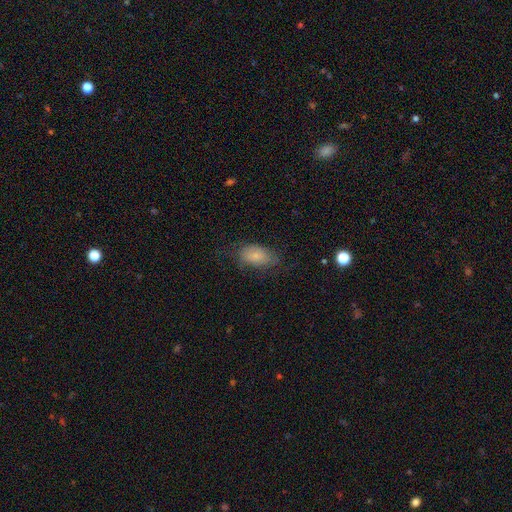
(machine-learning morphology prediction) Smooth or featured? Predicted: smooth (p=0.74). How rounded? Predicted: in between (p=0.91). Merging? Predicted: none (p=0.62).